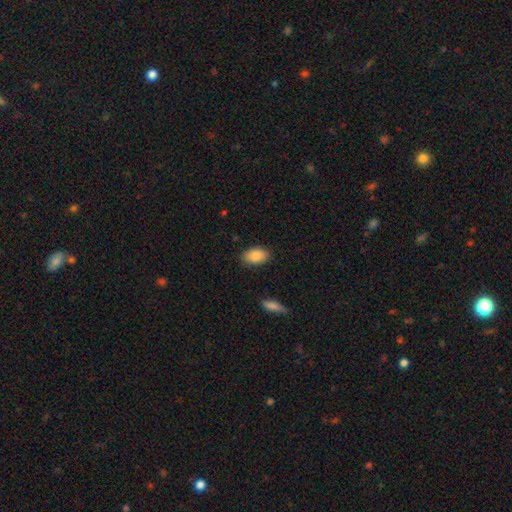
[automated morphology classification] The model was most divided on "smooth or featured": smooth: 85%, featured or disk: 9%, star or artifact: 7%. More confident: how rounded — in between (93%); merging — none (87%).